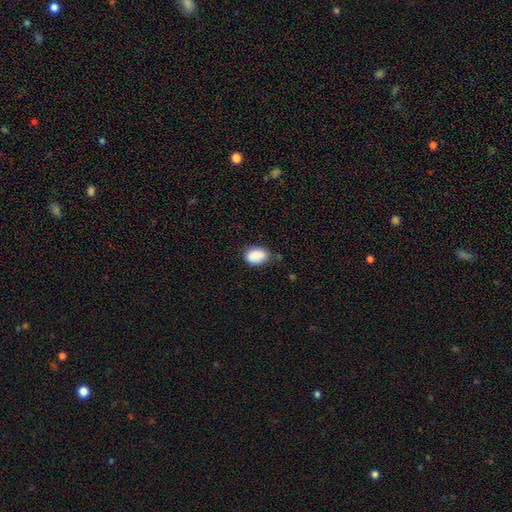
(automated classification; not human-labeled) A smooth galaxy with no disk features (86%) that is in between round and cigar-shaped (81%).

Vote fractions:
- Smooth or featured? smooth: 86% / star or artifact: 7% / featured or disk: 7%
- How rounded? in between: 81% / round: 17% / cigar-shaped: 1%
- Merging? none: 65% / minor disturbance: 27% / major disturbance: 5% / merger: 3%